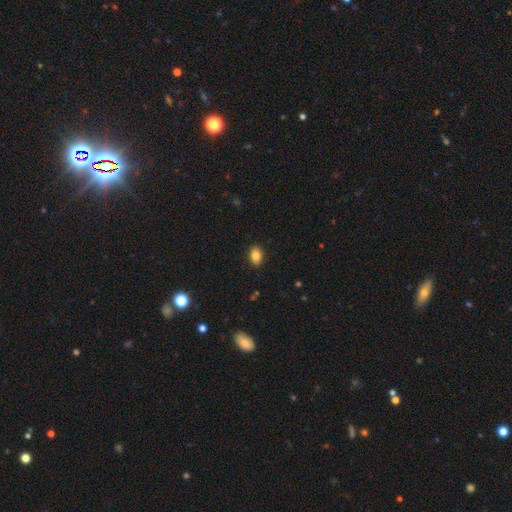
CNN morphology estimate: The model was most divided on "how rounded": in between: 81%, round: 17%, cigar-shaped: 1%. More confident: merging — none (88%); smooth or featured — smooth (85%).